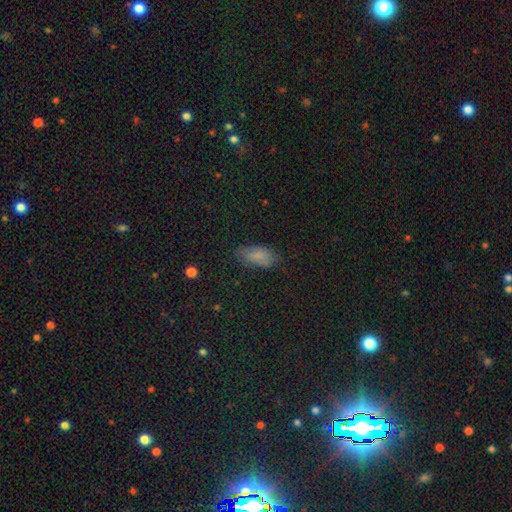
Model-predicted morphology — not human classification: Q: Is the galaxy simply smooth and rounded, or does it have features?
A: smooth — 66%.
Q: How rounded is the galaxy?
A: in between — 87%.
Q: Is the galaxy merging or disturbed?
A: none — 73%.